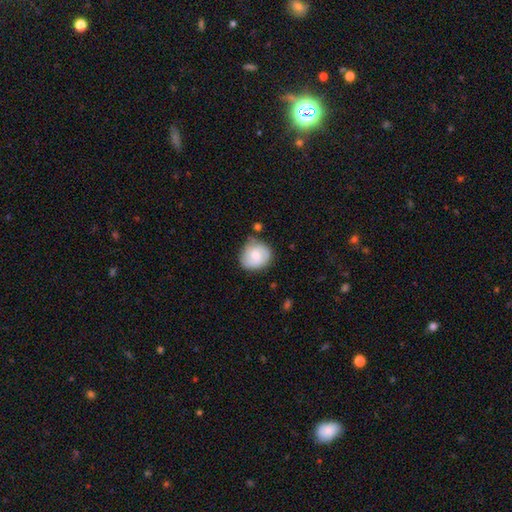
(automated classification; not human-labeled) Smooth or featured? Predicted: smooth (p=0.55). How rounded? Predicted: round (p=0.78). Merging? Predicted: none (p=0.67).